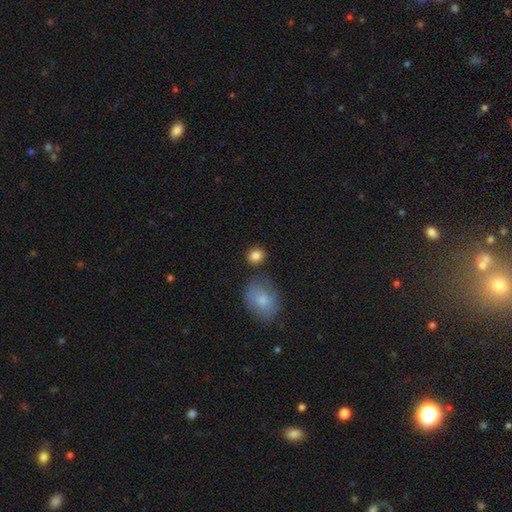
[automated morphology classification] smooth-or-featured: smooth: 84% | star or artifact: 9% | featured or disk: 6%
  how-rounded: round: 72% | in between: 27% | cigar-shaped: 1%
  merging: none: 77% | minor disturbance: 11% | merger: 8% | major disturbance: 3%